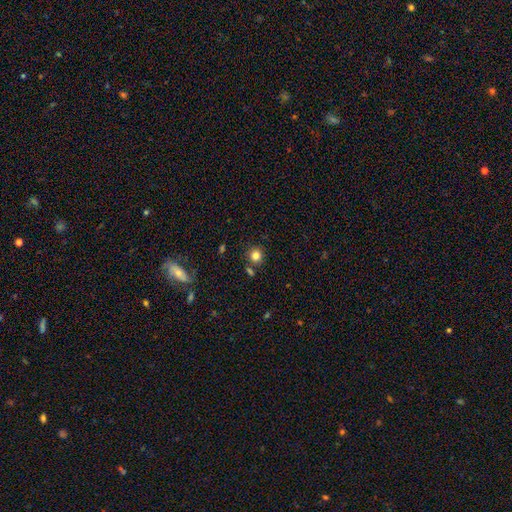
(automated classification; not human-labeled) This appears to be a smooth galaxy with no disk features (81%) that is round (91%). Merging: none (82%).